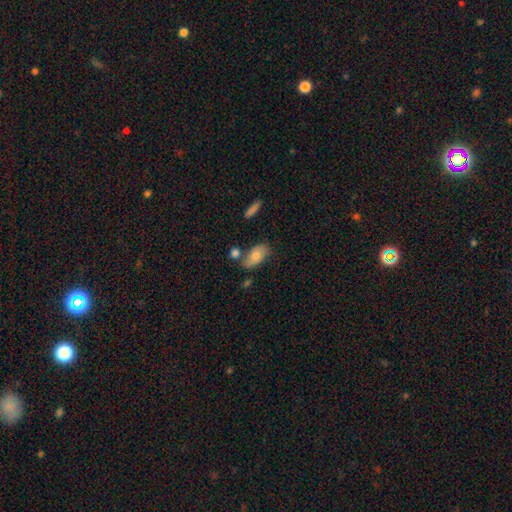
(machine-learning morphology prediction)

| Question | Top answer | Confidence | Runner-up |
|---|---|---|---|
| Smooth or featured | smooth | 73% | featured or disk (20%) |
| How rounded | in between | 92% | round (4%) |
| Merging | none | 65% | minor disturbance (18%) |